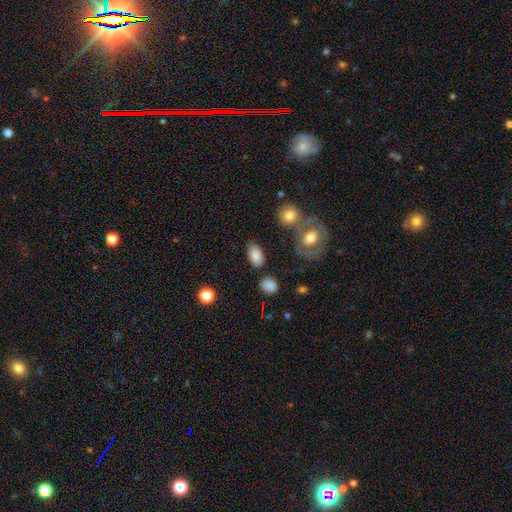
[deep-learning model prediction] Smooth or featured?
  - smooth: 84% *
  - featured or disk: 9%
  - star or artifact: 8%
How rounded?
  - in between: 92% *
  - round: 6%
  - cigar-shaped: 2%
Merging?
  - none: 78% *
  - minor disturbance: 13%
  - merger: 5%
  - major disturbance: 4%